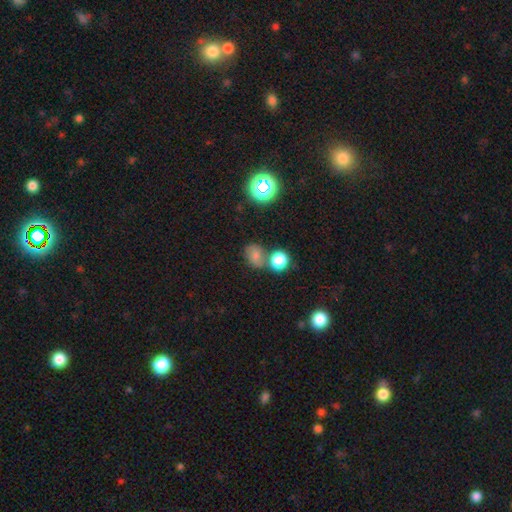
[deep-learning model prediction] The model was most divided on "how rounded": round: 53%, in between: 46%, cigar-shaped: 1%. Remaining: smooth or featured — smooth (63%); merging — none (48%).